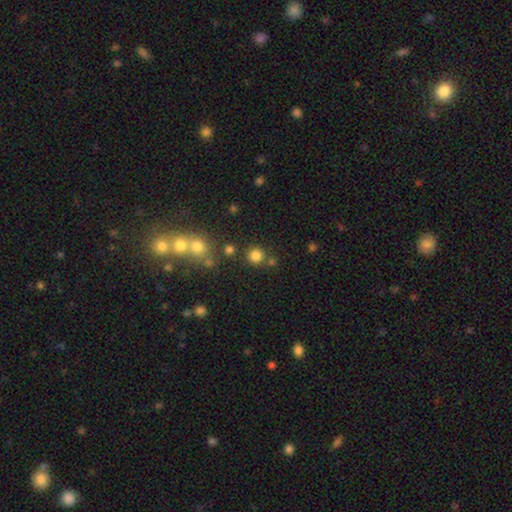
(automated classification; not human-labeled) Smooth or featured? Predicted: smooth (p=0.80). How rounded? Predicted: round (p=0.93). Merging? Predicted: none (p=0.79).